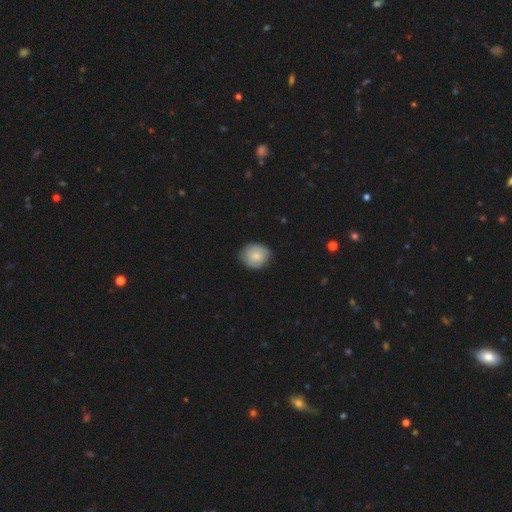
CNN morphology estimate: This appears to be a smooth galaxy with no disk features (71%) that is round (75%). Merging: none (76%).